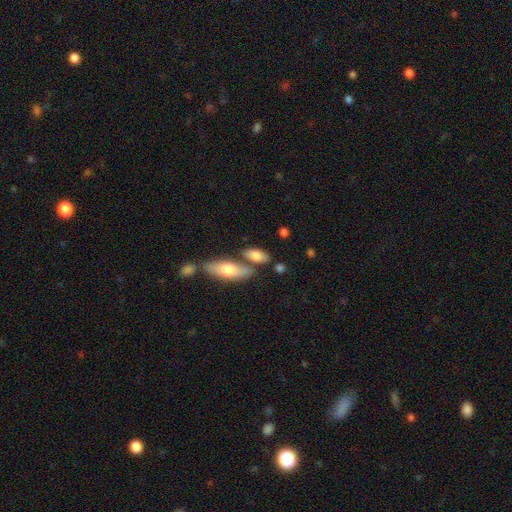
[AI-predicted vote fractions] Smooth or featured? Predicted: smooth (p=0.77). How rounded? Predicted: in between (p=0.79). Merging? Predicted: none (p=0.59).